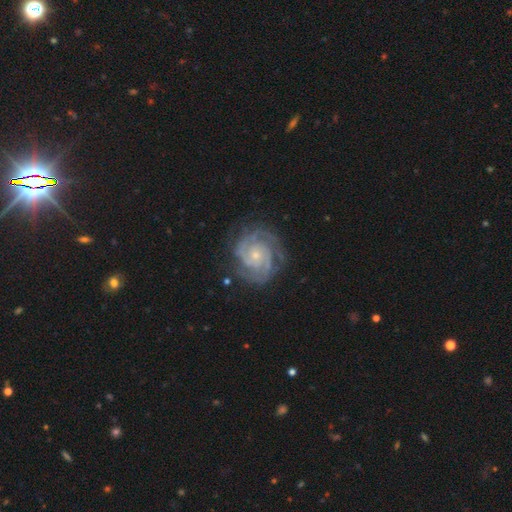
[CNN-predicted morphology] This is clearly a featured or disk galaxy (90%). It is clearly not viewed edge-on (98%). Bar: likely no (76%). Spiral arm pattern: clearly yes (98%). Spiral arm count: marginally 2 (37%). Spiral winding: likely tight (74%). Central bulge: likely small (73%). Merging: likely none (77%).